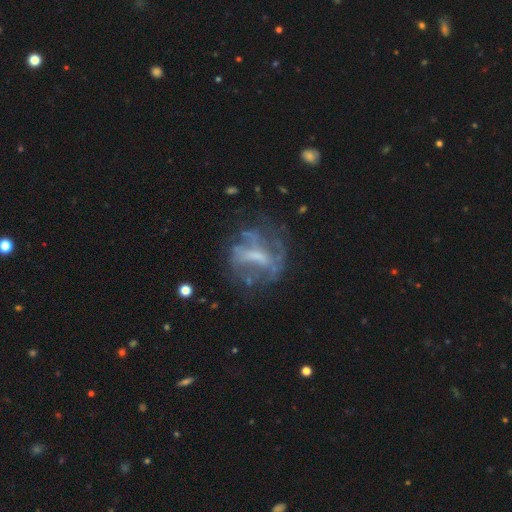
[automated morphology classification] Q: Smooth or featured?
A: featured or disk (69%); runner-up: smooth (19%)
Q: Edge-on disk?
A: no (96%); runner-up: yes (4%)
Q: Bar?
A: weak (40%); runner-up: no (35%)
Q: Spiral arms?
A: no (54%); runner-up: yes (46%)
Q: Bulge size?
A: none (34%); runner-up: moderate (30%)
Q: Merging?
A: none (52%); runner-up: major disturbance (25%)